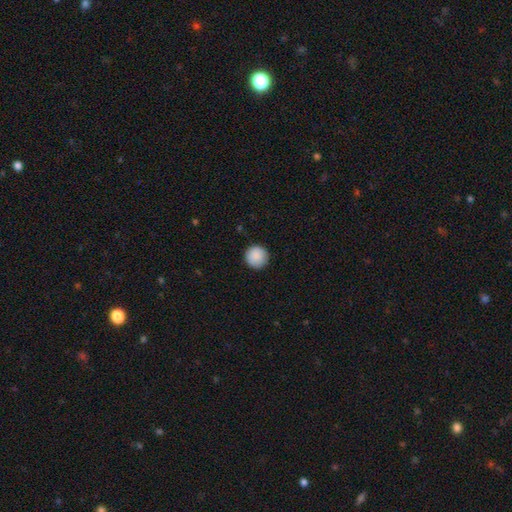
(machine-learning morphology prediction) This appears to be a smooth galaxy with no disk features (90%) that is round (96%). Merging: none (90%).